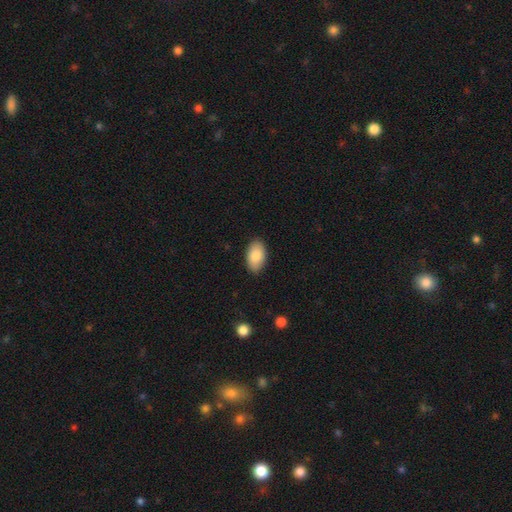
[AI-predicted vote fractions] smooth 86%, featured or disk 8%, star or artifact 6%. Down the decision tree: how rounded — in between (95%); merging — none (88%).